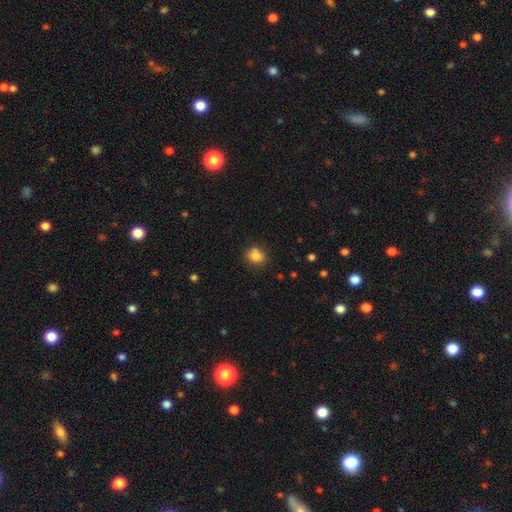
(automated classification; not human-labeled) Overall: smooth (83%). How rounded: round (63%; in between 36%). Merging: none (70%).